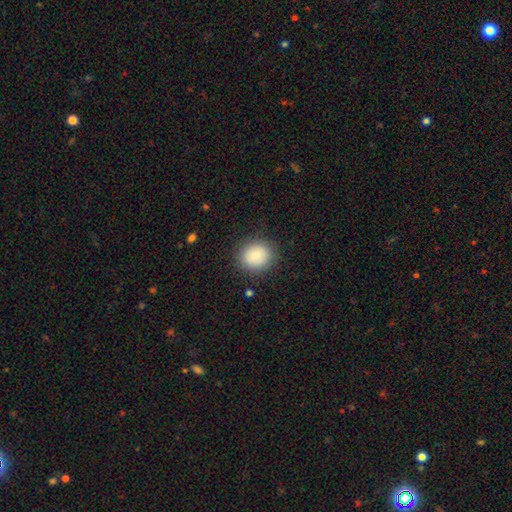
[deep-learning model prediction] Smooth or featured: smooth — 88% (star or artifact — 8%)
How rounded: round — 77% (in between — 22%)
Merging: none — 87% (minor disturbance — 8%)